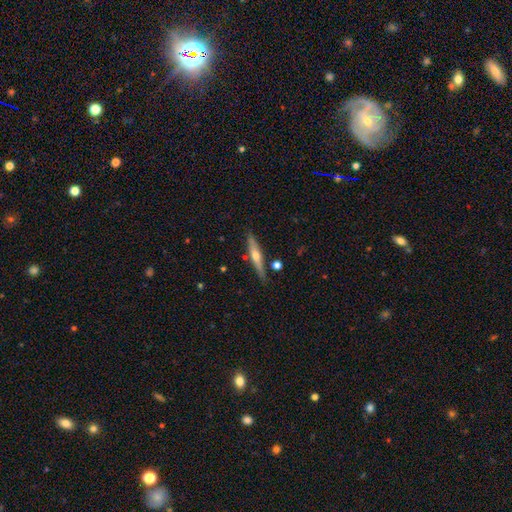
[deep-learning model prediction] Smooth or featured?
  - featured or disk: 62% *
  - smooth: 32%
  - star or artifact: 6%
Edge-on disk?
  - yes: 95% *
  - no: 5%
Edge-on bulge?
  - rounded: 88% *
  - none: 8%
  - boxy: 4%
Merging?
  - none: 83% *
  - minor disturbance: 11%
  - merger: 4%
  - major disturbance: 2%